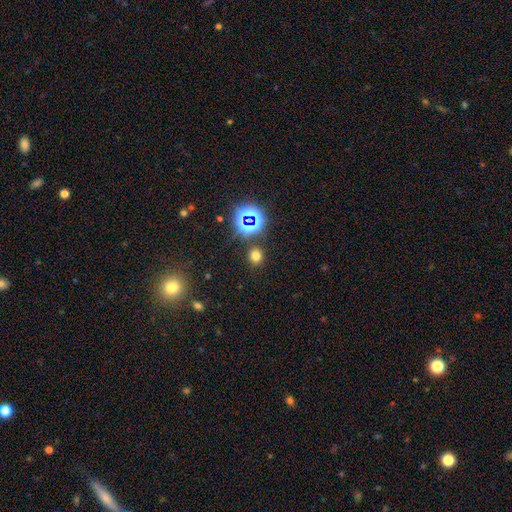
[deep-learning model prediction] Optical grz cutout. It shows a smooth galaxy with no disk features (68%) that is round (83%). Merging: none (87%).